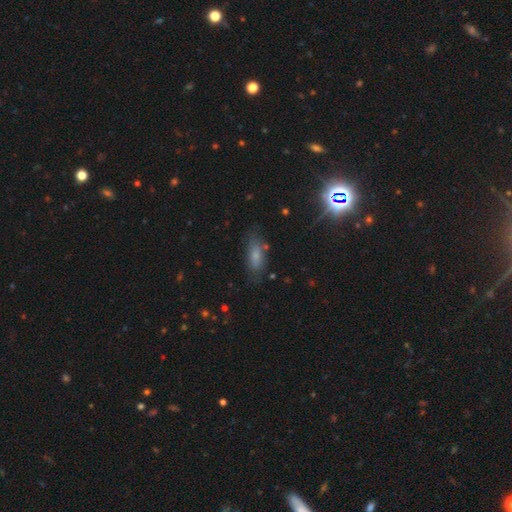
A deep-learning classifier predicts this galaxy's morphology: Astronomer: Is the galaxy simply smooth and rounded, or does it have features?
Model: smooth — 69%.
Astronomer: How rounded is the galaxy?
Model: in between — 76%.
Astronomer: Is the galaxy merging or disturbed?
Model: none — 70%.